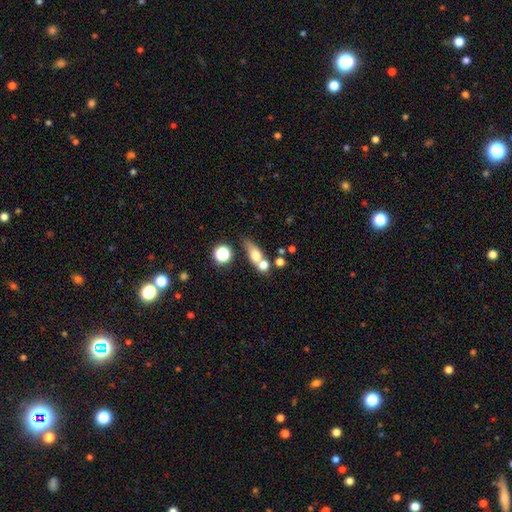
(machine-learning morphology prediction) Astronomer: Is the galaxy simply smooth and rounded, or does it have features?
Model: smooth — 62%.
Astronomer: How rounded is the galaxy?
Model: in between — 44% (runner-up: round, 33%).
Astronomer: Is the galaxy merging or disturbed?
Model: none — 42% (runner-up: merger, 38%).